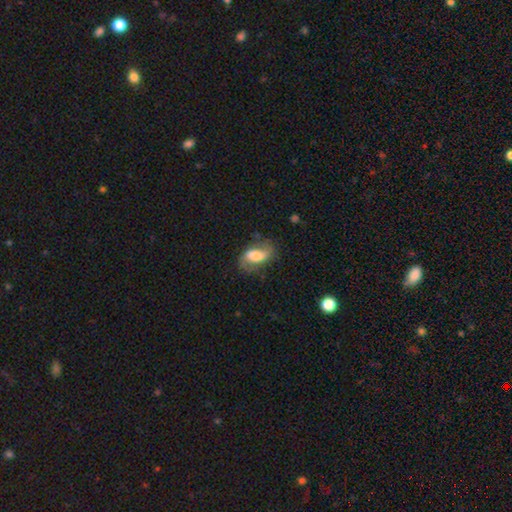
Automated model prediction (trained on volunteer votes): Smooth or featured? Predicted: featured or disk (p=0.57). Edge-on disk? Predicted: no (p=0.95). Bar? Predicted: weak (p=0.39). Spiral arms? Predicted: yes (p=0.85). Bulge size? Predicted: large (p=0.37). Merging? Predicted: none (p=0.61).